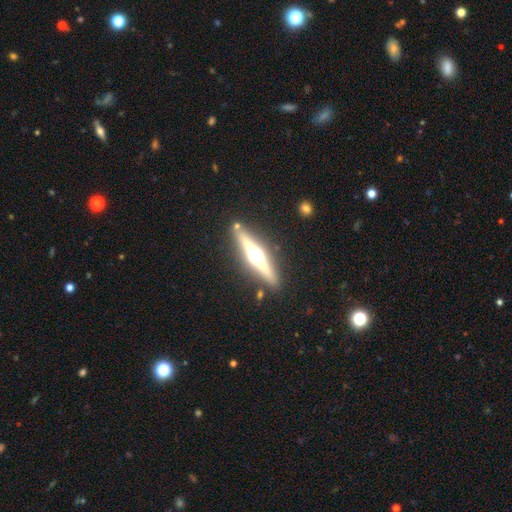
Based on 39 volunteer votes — Overall: featured or disk (87%). Edge-on disk: yes (100%). Edge-on bulge: rounded (91%). Merging: none (70%).